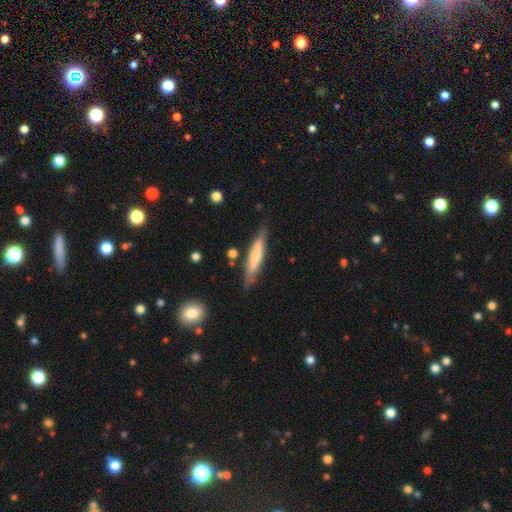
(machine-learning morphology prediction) This is possibly a smooth galaxy (60%). How rounded: clearly cigar-shaped (86%). Merging: likely none (78%).